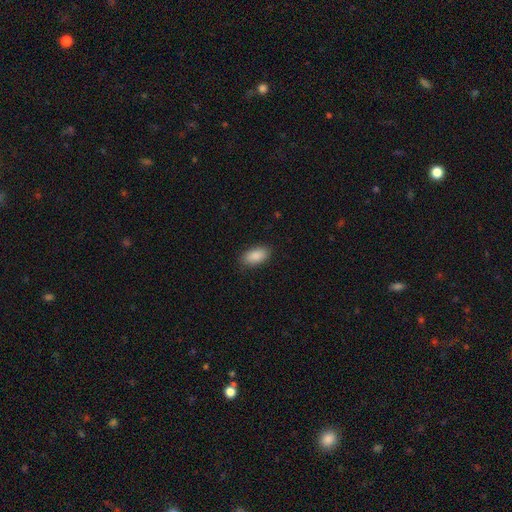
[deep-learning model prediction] smooth-or-featured: smooth: 89% | star or artifact: 7% | featured or disk: 4%
  how-rounded: in between: 93% | cigar-shaped: 3% | round: 3%
  merging: none: 86% | minor disturbance: 10% | major disturbance: 2% | merger: 1%